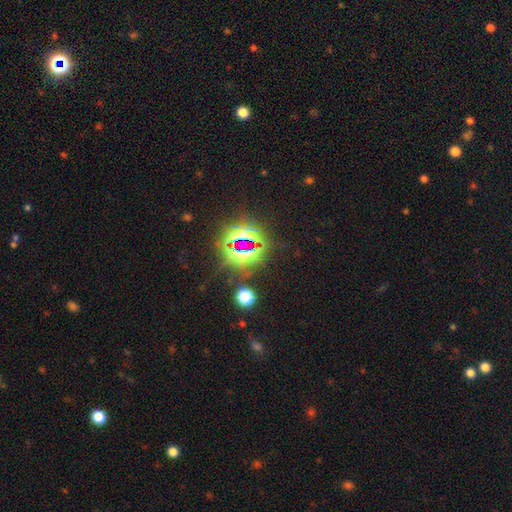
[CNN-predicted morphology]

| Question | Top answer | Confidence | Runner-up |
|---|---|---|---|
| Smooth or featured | star or artifact | 79% | smooth (12%) |